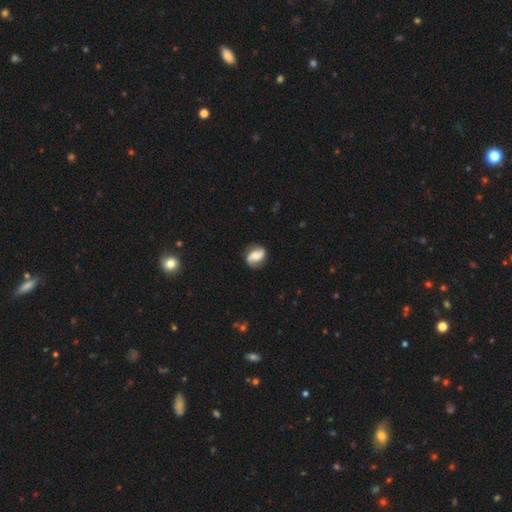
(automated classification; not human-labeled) Morphology: type=featured or disk (75%); edge-on=no (98%); bar=no (45%); spiral arms=yes (95%); winding=loose (51%); arm count=2 (92%); bulge=moderate (45%); merging=none (83%).